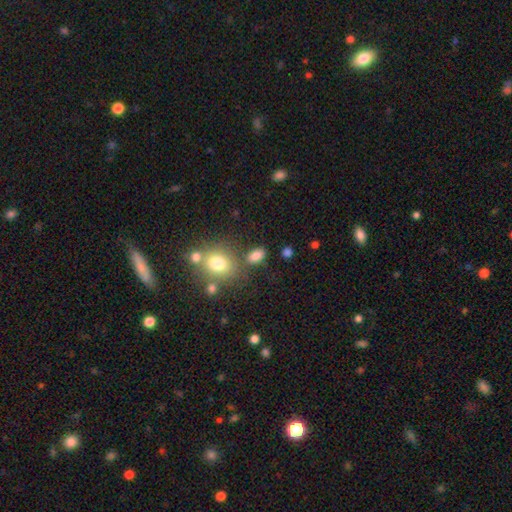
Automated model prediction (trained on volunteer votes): Morphology: type=smooth (81%); roundness=in between (83%); merging=none (69%).